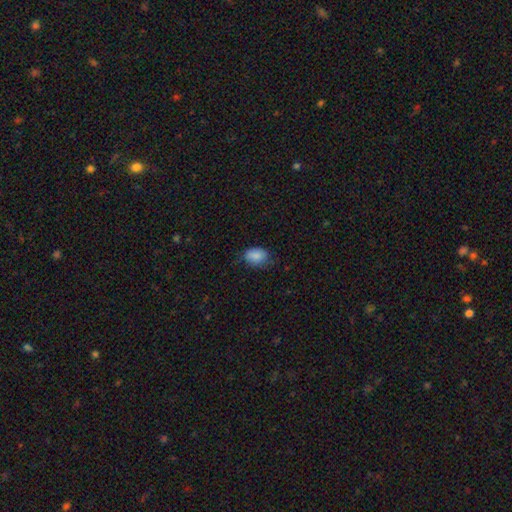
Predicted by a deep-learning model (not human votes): smooth-or-featured: smooth: 86% | star or artifact: 8% | featured or disk: 6%
  how-rounded: in between: 80% | round: 19% | cigar-shaped: 1%
  merging: none: 65% | minor disturbance: 28% | major disturbance: 6% | merger: 1%